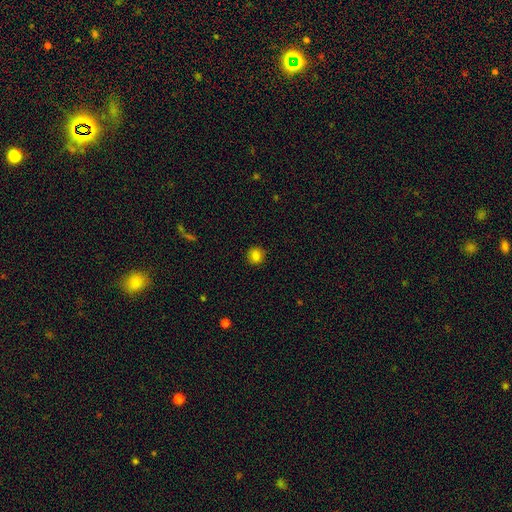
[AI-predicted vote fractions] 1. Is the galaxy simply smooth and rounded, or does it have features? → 84% smooth, 12% star or artifact, 4% featured or disk.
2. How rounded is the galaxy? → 90% round, 9% in between, 1% cigar-shaped.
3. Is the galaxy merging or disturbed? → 91% none, 6% minor disturbance, 2% major disturbance, 1% merger.